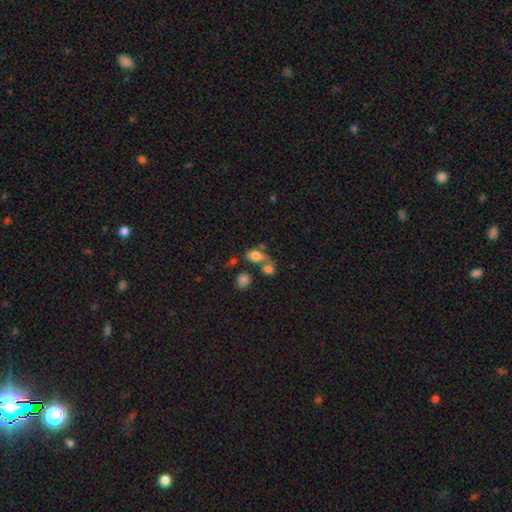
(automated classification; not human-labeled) Overall: smooth (75%). How rounded: in between (72%). Merging: merger (43%; none 32%).